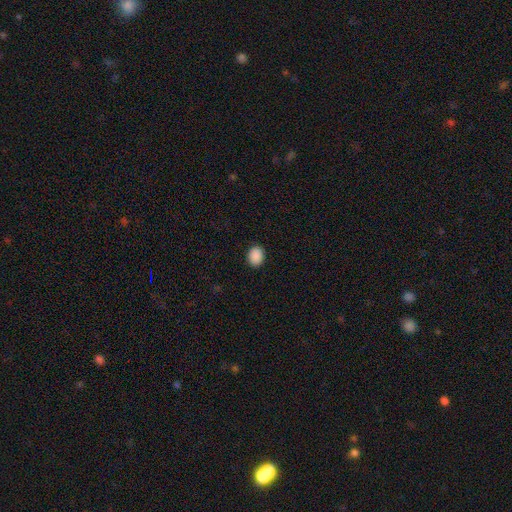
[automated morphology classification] Overall: smooth (90%). How rounded: in between (57%; round 42%). Merging: none (90%).